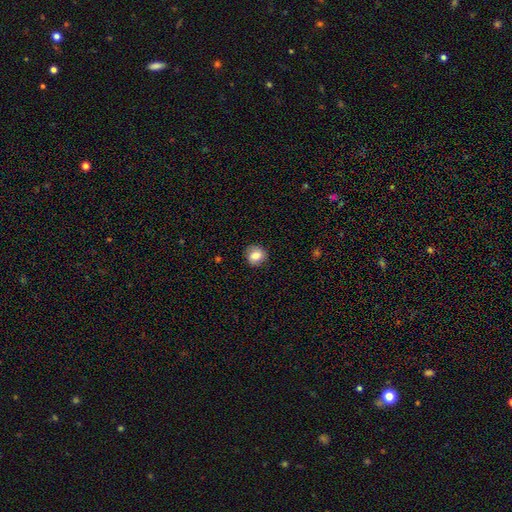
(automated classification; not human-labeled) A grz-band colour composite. It shows a smooth galaxy with no disk features (82%) that is round (84%). Merging: none (86%).